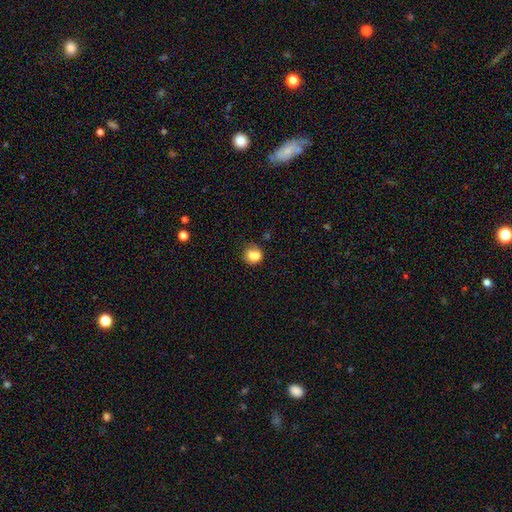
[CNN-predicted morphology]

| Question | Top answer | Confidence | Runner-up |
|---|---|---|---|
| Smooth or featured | smooth | 80% | star or artifact (10%) |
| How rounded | round | 73% | in between (26%) |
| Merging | none | 55% | minor disturbance (24%) |